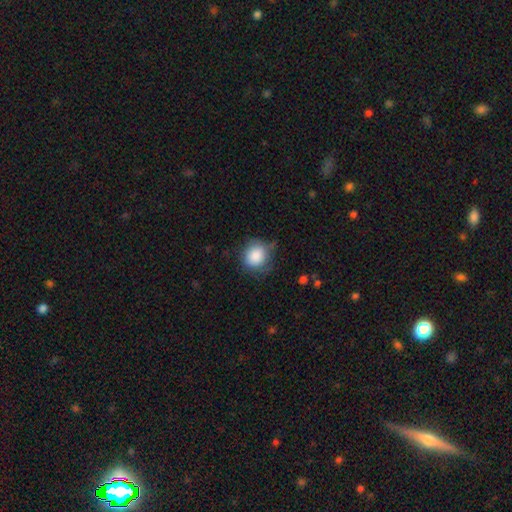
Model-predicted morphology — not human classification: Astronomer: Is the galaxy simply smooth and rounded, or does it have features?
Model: smooth — 86%.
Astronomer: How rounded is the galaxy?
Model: round — 85%.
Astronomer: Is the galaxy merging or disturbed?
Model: none — 63%.